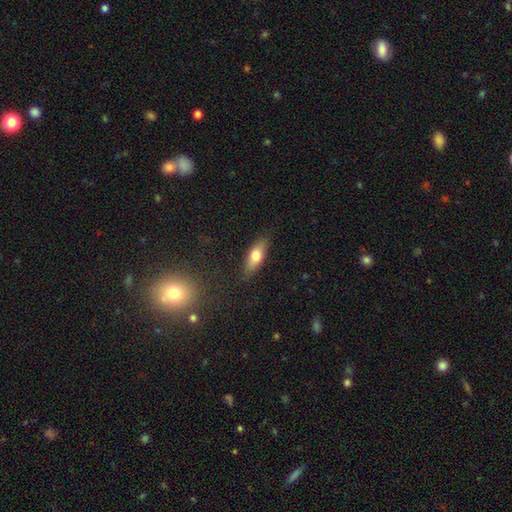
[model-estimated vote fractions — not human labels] smooth 68%, featured or disk 25%, star or artifact 7%. Down the decision tree: how rounded — in between (65%); merging — none (83%).